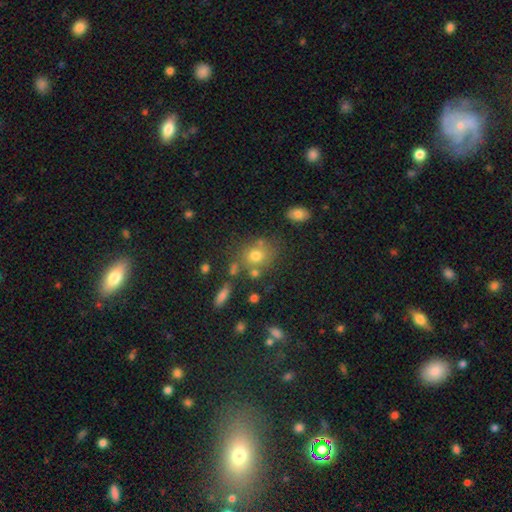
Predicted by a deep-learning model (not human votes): Smooth or featured: smooth — 71% (star or artifact — 15%)
How rounded: round — 70% (in between — 28%)
Merging: none — 65% (minor disturbance — 15%)